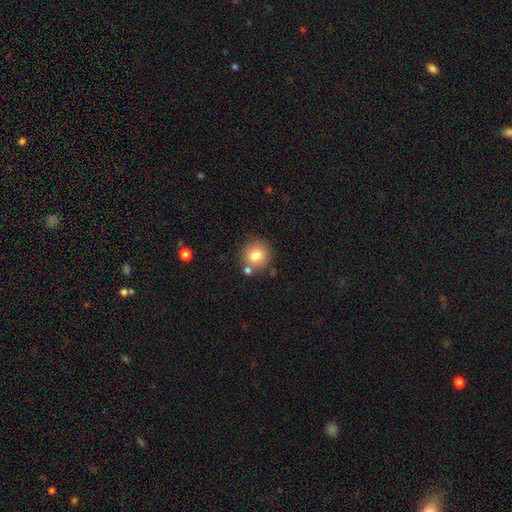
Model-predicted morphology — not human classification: Overall: smooth (80%). How rounded: round (91%). Merging: none (73%).